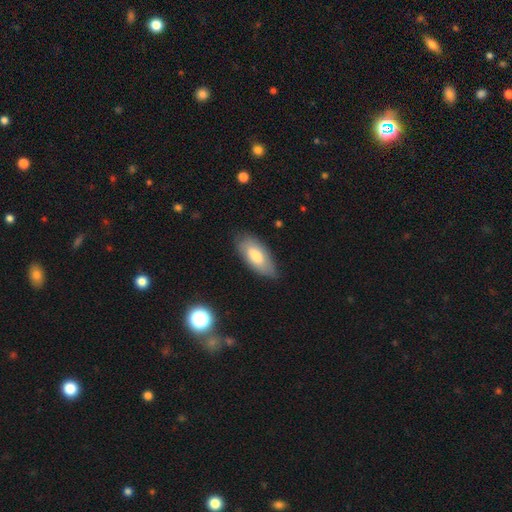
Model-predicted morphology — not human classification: Smooth or featured? smooth (74%)
How rounded? in between (87%)
Merging? none (76%)